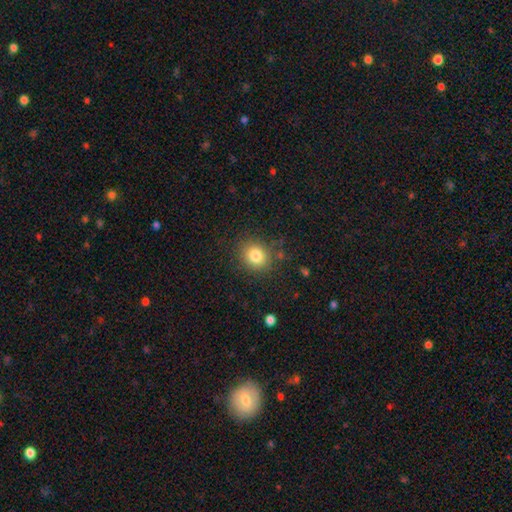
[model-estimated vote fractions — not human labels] smooth_or_featured: smooth (p=0.81) [alt: star or artifact p=0.11]
how_rounded: round (p=0.73) [alt: in between p=0.26]
merging: none (p=0.83) [alt: minor disturbance p=0.11]